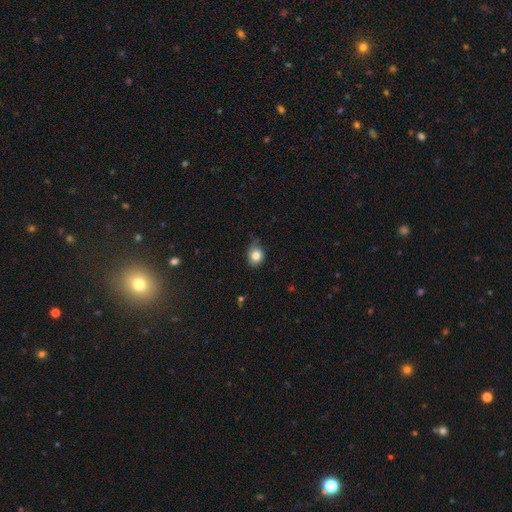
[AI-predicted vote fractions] Smooth or featured?
  - smooth: 80% *
  - featured or disk: 12%
  - star or artifact: 9%
How rounded?
  - round: 52% *
  - in between: 47%
  - cigar-shaped: 1%
Merging?
  - none: 59% *
  - minor disturbance: 32%
  - major disturbance: 7%
  - merger: 2%